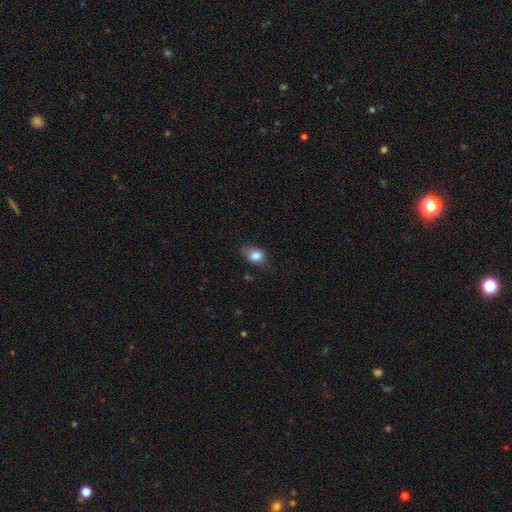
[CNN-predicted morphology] This is clearly a smooth galaxy (83%). How rounded: likely in between (63%). Merging: likely none (65%).